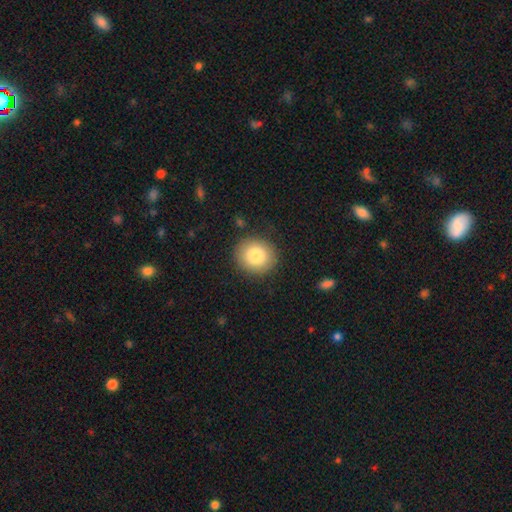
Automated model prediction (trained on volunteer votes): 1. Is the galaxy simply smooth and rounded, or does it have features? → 83% smooth, 9% featured or disk, 8% star or artifact.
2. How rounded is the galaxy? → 86% round, 13% in between, 1% cigar-shaped.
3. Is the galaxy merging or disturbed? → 88% none, 8% minor disturbance, 3% major disturbance, 1% merger.